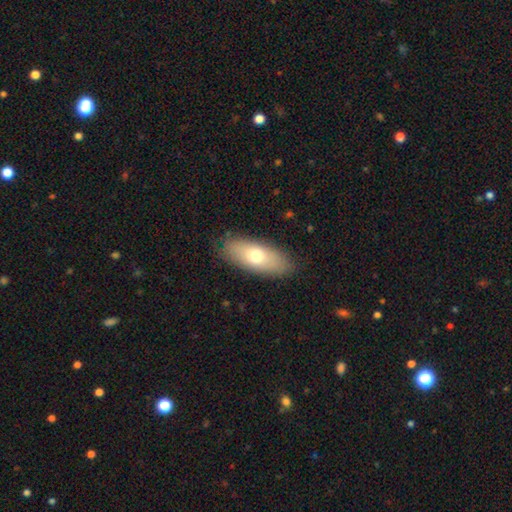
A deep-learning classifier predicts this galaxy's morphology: smooth-or-featured: smooth: 68% | featured or disk: 26% | star or artifact: 7%
  how-rounded: in between: 77% | cigar-shaped: 20% | round: 3%
  merging: none: 86% | minor disturbance: 10% | major disturbance: 2% | merger: 1%